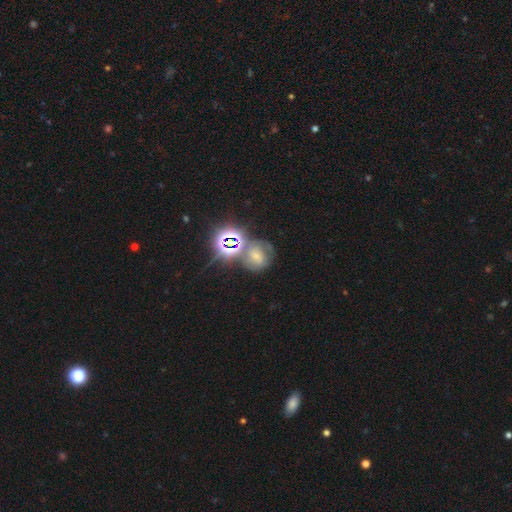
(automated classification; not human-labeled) Q: Smooth or featured?
A: star or artifact (36%); runner-up: smooth (34%)